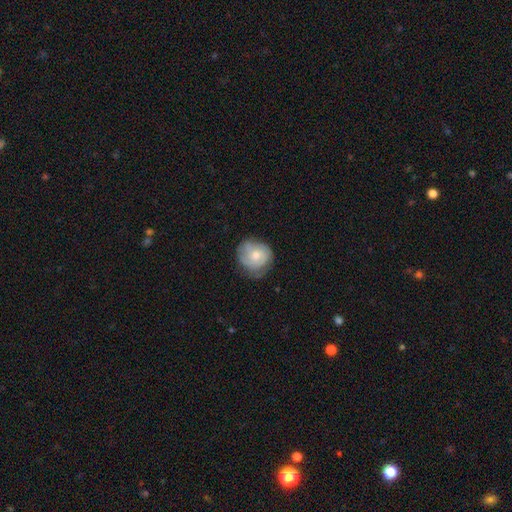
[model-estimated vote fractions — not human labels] Smooth or featured? Predicted: smooth (p=0.53). How rounded? Predicted: round (p=0.80). Merging? Predicted: none (p=0.58).